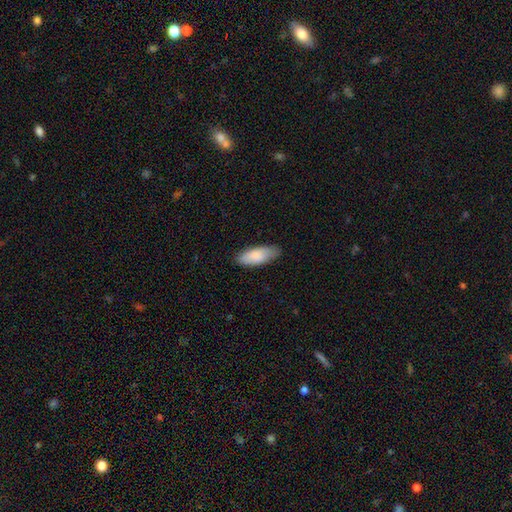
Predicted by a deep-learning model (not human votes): A smooth galaxy with no disk features (87%) that is in between round and cigar-shaped (78%).

Vote fractions:
- Smooth or featured? smooth: 87% / featured or disk: 8% / star or artifact: 5%
- How rounded? in between: 78% / cigar-shaped: 20% / round: 2%
- Merging? none: 83% / minor disturbance: 14% / major disturbance: 2% / merger: 1%